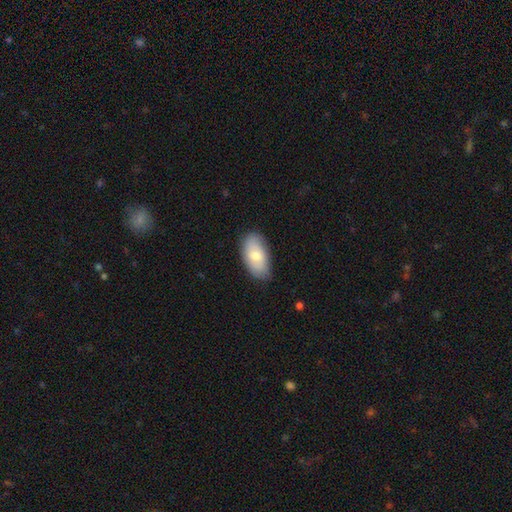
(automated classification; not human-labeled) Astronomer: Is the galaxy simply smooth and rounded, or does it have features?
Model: smooth — 73%.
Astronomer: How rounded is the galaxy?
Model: in between — 94%.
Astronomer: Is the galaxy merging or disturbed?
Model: none — 78%.